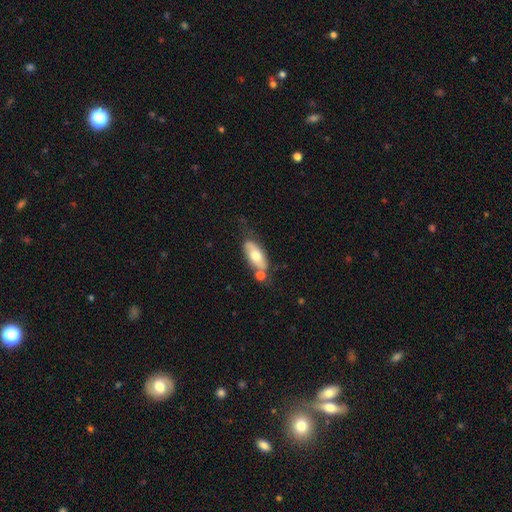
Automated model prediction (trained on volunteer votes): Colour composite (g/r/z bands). It shows a smooth galaxy with no disk features (58%) that is in between round and cigar-shaped (81%). Merging: none (56%).